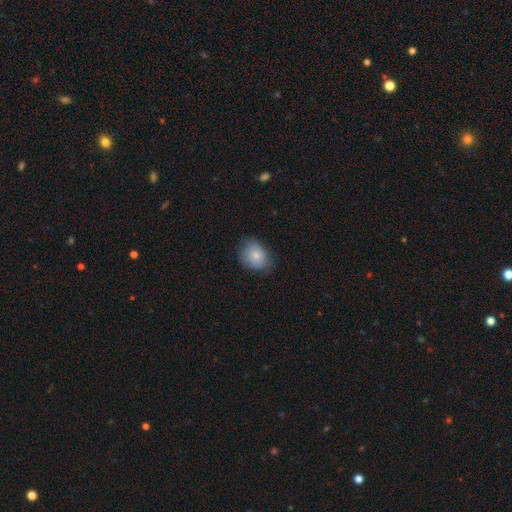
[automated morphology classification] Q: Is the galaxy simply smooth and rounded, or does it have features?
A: smooth — 82%.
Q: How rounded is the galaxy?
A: round — 54%.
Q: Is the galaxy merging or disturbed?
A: none — 68%.